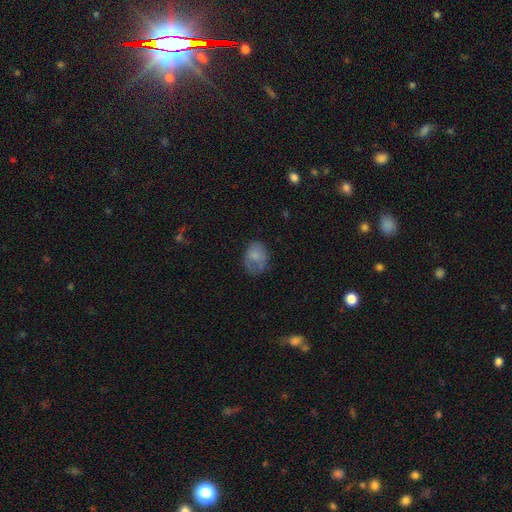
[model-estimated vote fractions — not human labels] A smooth galaxy with no disk features (70%) that is in between round and cigar-shaped (56%). Merging: none (44%).